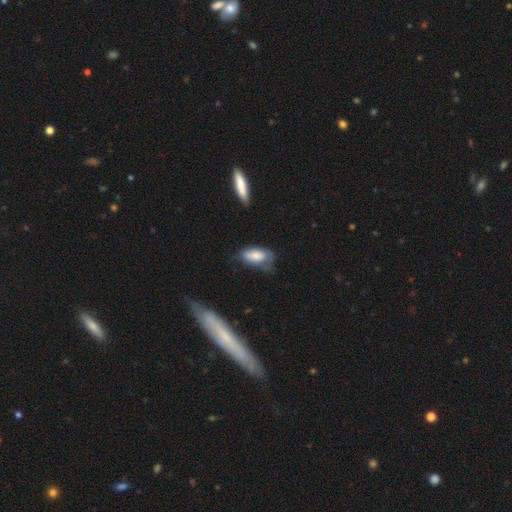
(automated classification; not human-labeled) The model was most divided on "merging": none: 43%, minor disturbance: 38%, major disturbance: 16%, merger: 3%. More confident: how rounded — in between (87%); smooth or featured — smooth (79%).